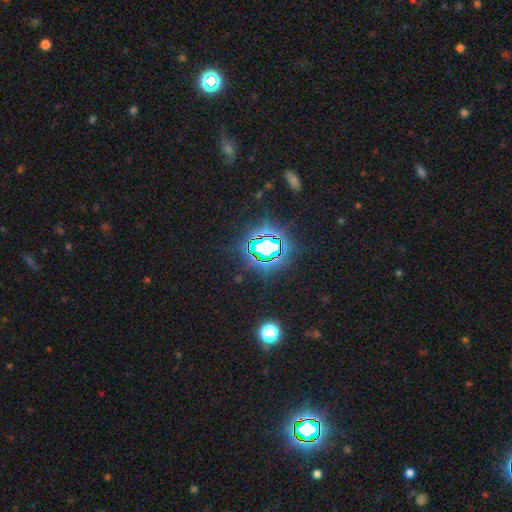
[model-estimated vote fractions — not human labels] Overall: star or artifact (77%).